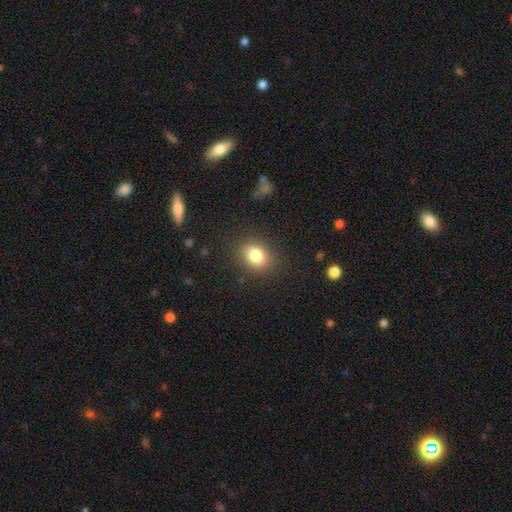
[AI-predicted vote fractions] Smooth or featured? smooth (82%)
How rounded? in between (58%)
Merging? none (86%)